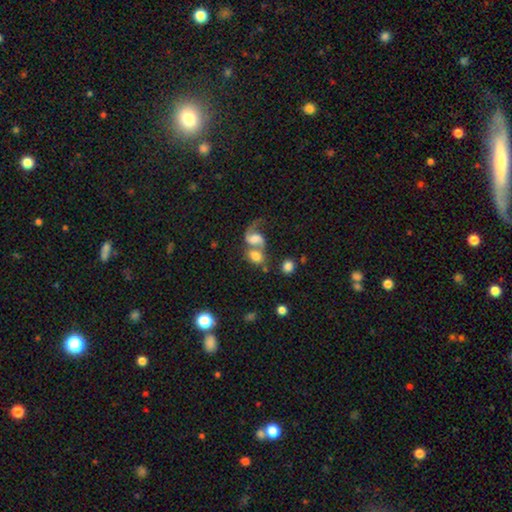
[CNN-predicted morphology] Smooth or featured: smooth — 51% (featured or disk — 39%)
How rounded: in between — 59% (round — 38%)
Merging: merger — 64% (none — 20%)